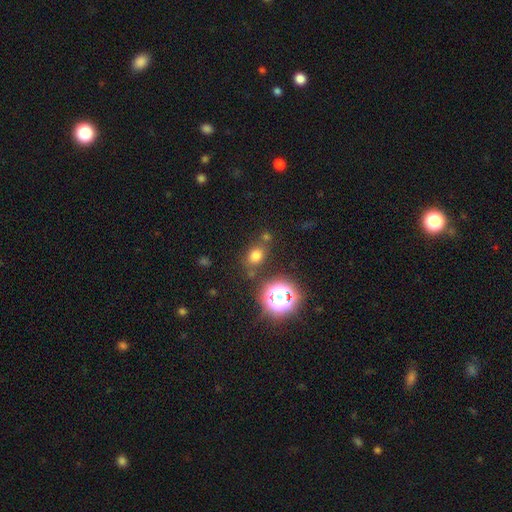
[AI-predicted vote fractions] smooth_or_featured: smooth (p=0.68) [alt: star or artifact p=0.24]
how_rounded: round (p=0.52) [alt: in between p=0.47]
merging: none (p=0.74) [alt: minor disturbance p=0.13]